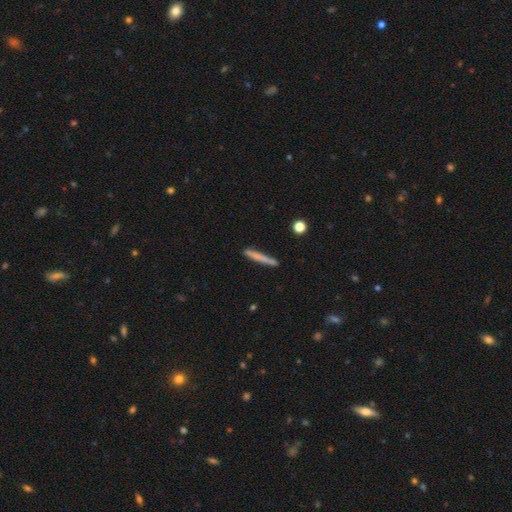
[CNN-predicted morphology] Q: Smooth or featured?
A: smooth (66%); runner-up: featured or disk (27%)
Q: How rounded?
A: cigar-shaped (96%); runner-up: in between (2%)
Q: Merging?
A: none (88%); runner-up: minor disturbance (8%)